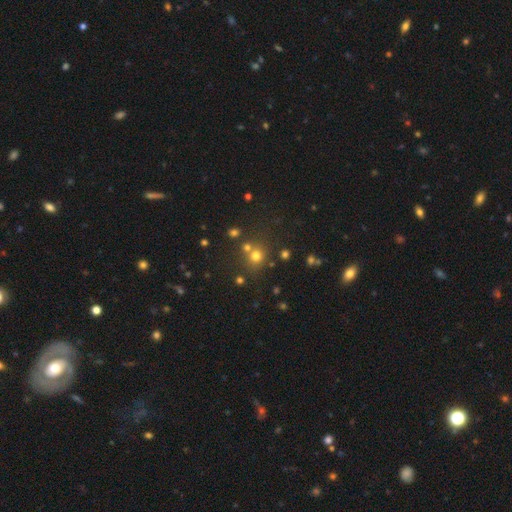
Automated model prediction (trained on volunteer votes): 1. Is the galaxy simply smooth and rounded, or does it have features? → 70% smooth, 21% star or artifact, 9% featured or disk.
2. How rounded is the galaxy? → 86% round, 13% in between, 1% cigar-shaped.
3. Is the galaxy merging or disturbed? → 65% none, 22% merger, 9% minor disturbance, 4% major disturbance.